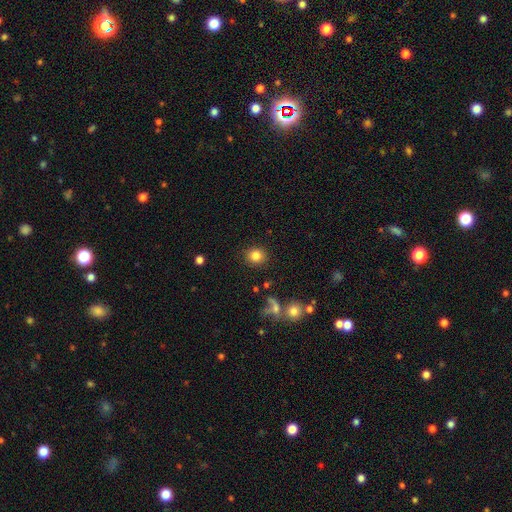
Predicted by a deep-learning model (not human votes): Smooth or featured?
  - smooth: 83% *
  - star or artifact: 11%
  - featured or disk: 6%
How rounded?
  - round: 84% *
  - in between: 15%
  - cigar-shaped: 1%
Merging?
  - none: 88% *
  - minor disturbance: 7%
  - major disturbance: 3%
  - merger: 2%